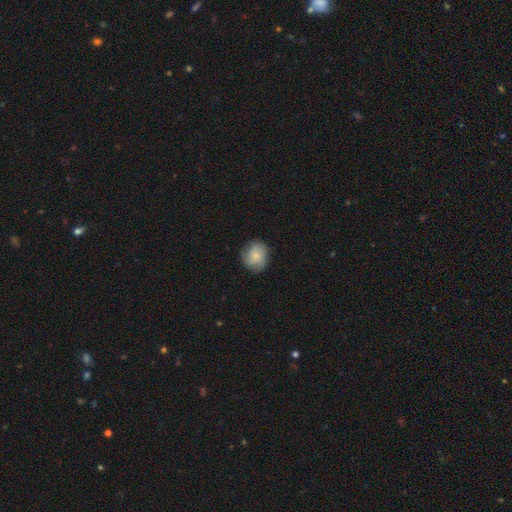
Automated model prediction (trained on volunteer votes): Smooth or featured? Predicted: smooth (p=0.71). How rounded? Predicted: round (p=0.74). Merging? Predicted: none (p=0.80).